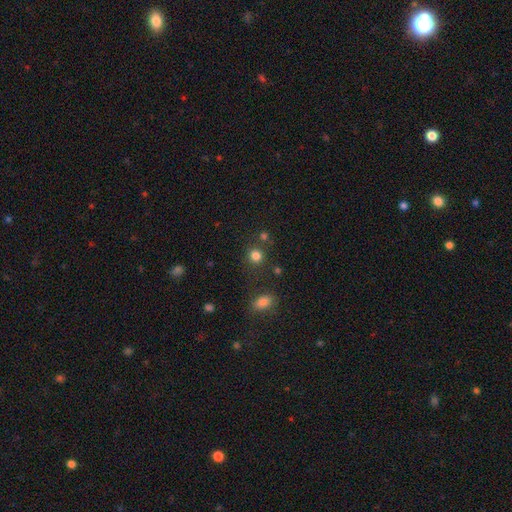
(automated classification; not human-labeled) Morphology: type=smooth (80%); roundness=round (86%); merging=none (78%).